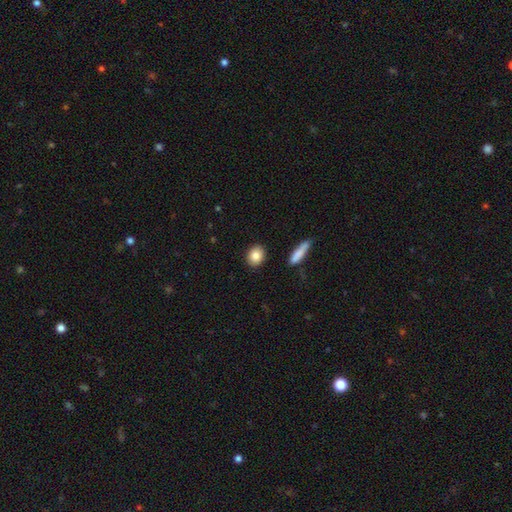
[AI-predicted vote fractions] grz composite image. It shows a smooth galaxy with no disk features (86%) that is round (54%). Merging: none (89%).